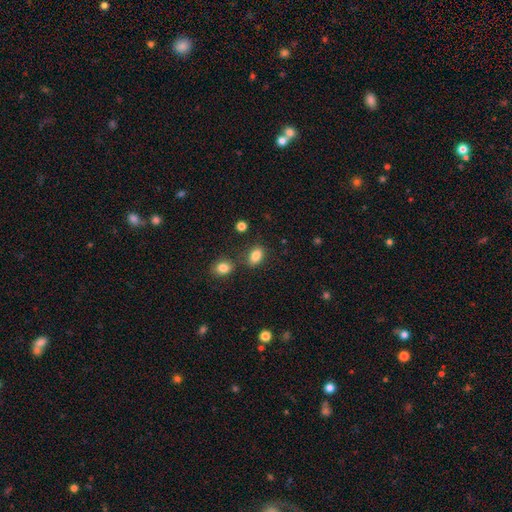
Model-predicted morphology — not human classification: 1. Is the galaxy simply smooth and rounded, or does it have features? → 84% smooth, 10% star or artifact, 7% featured or disk.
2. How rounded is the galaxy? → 83% in between, 15% round, 2% cigar-shaped.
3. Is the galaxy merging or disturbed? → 75% none, 12% minor disturbance, 9% merger, 3% major disturbance.